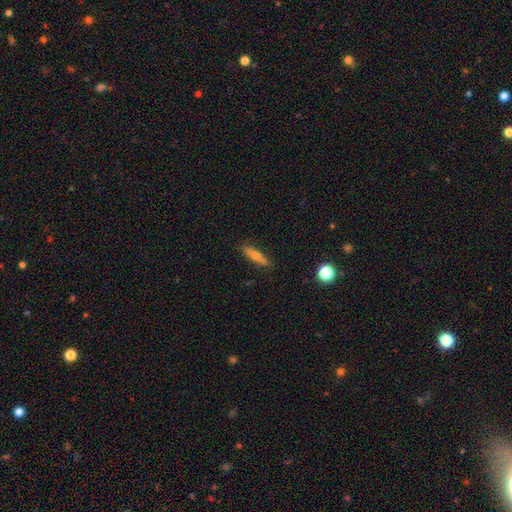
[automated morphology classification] The model was most divided on "smooth or featured" (2-way tie): smooth: 46%, featured or disk: 46%, star or artifact: 8%. More confident: merging — none (88%).